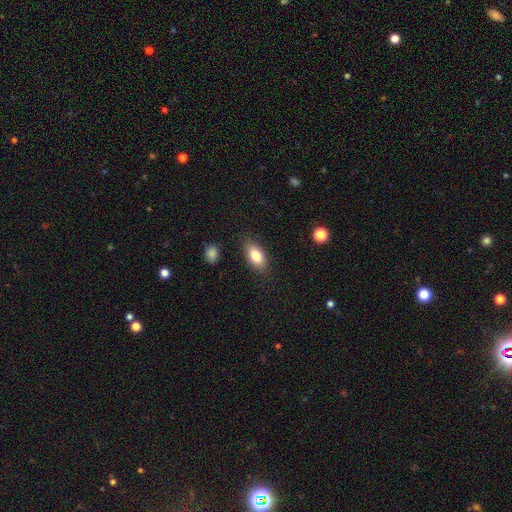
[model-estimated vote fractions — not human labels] Overall: smooth (81%). How rounded: in between (88%). Merging: none (84%).